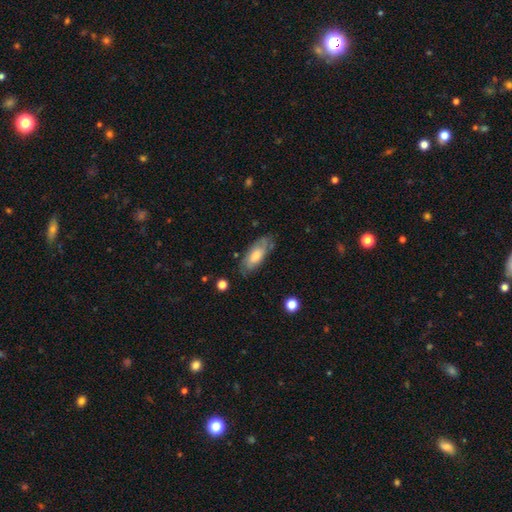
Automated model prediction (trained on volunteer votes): smooth-or-featured: smooth: 59% | featured or disk: 34% | star or artifact: 7%
  how-rounded: in between: 78% | cigar-shaped: 19% | round: 2%
  merging: none: 73% | minor disturbance: 20% | major disturbance: 5% | merger: 2%